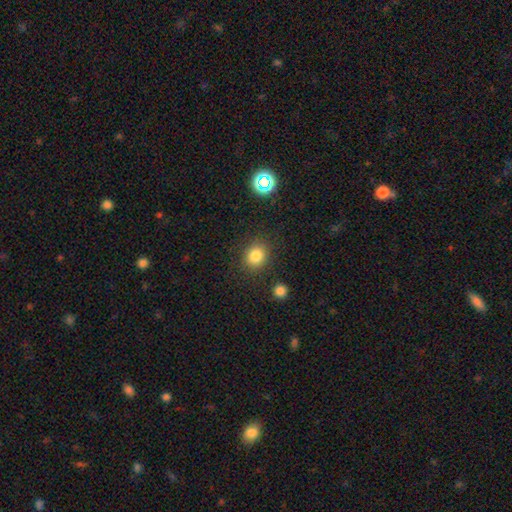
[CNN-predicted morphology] This appears to be a smooth galaxy with no disk features (83%) that is round (68%). Merging: none (84%).